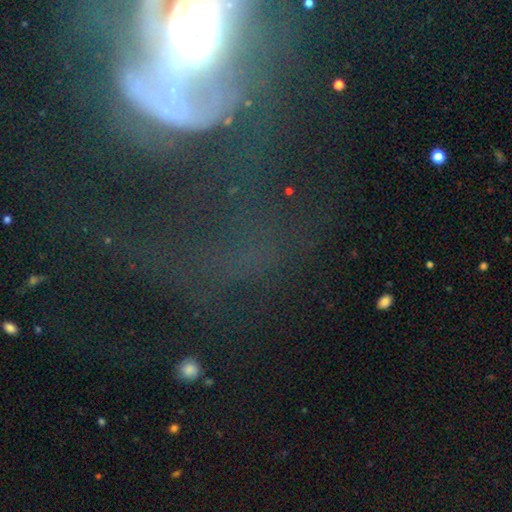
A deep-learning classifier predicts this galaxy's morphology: A featured or disk galaxy (55%).

Vote fractions:
- Smooth or featured? featured or disk: 55% / star or artifact: 26% / smooth: 19%
- Edge-on disk? no: 89% / yes: 11%
- Merging? major disturbance: 46% / none: 28% / merger: 13% / minor disturbance: 13%